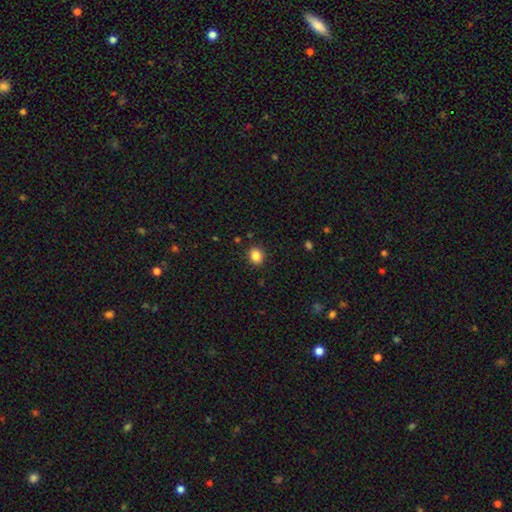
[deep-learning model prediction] smooth-or-featured: smooth: 86% | star or artifact: 10% | featured or disk: 4%
  how-rounded: round: 63% | in between: 36% | cigar-shaped: 1%
  merging: none: 89% | minor disturbance: 8% | major disturbance: 2% | merger: 1%